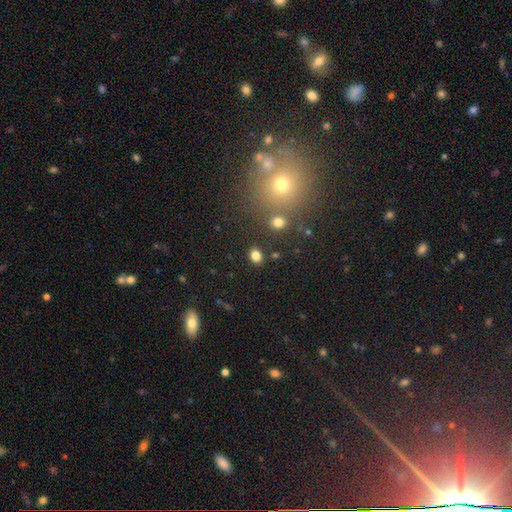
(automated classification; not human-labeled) A smooth galaxy with no disk features (81%) that is in between round and cigar-shaped (64%).

Vote fractions:
- Smooth or featured? smooth: 81% / star or artifact: 13% / featured or disk: 6%
- How rounded? in between: 64% / round: 35% / cigar-shaped: 1%
- Merging? none: 84% / minor disturbance: 9% / merger: 4% / major disturbance: 3%